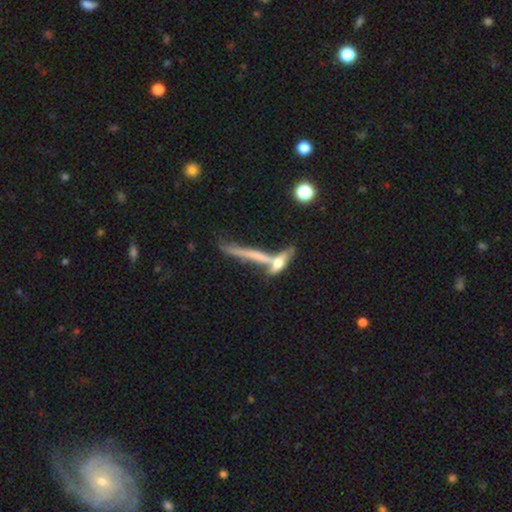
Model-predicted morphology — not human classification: The model was most divided on "merging" (2-way tie): none: 39%, merger: 39%, minor disturbance: 13%, major disturbance: 8%. More confident: edge-on disk — yes (84%); smooth or featured — featured or disk (50%).